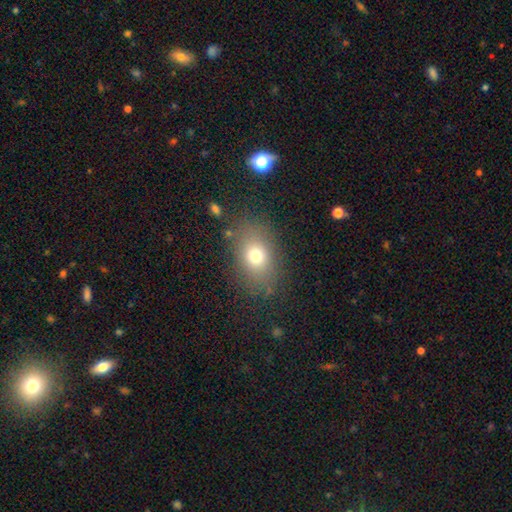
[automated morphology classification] A smooth galaxy with no disk features (73%) that is in between round and cigar-shaped (70%).

Vote fractions:
- Smooth or featured? smooth: 73% / star or artifact: 14% / featured or disk: 13%
- How rounded? in between: 70% / round: 29% / cigar-shaped: 2%
- Merging? none: 81% / minor disturbance: 12% / major disturbance: 5% / merger: 2%